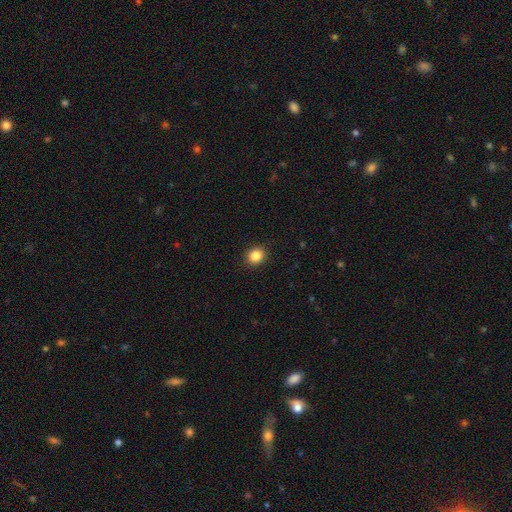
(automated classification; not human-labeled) Smooth or featured?
  - smooth: 86% *
  - star or artifact: 10%
  - featured or disk: 4%
How rounded?
  - round: 76% *
  - in between: 23%
  - cigar-shaped: 1%
Merging?
  - none: 90% *
  - minor disturbance: 7%
  - major disturbance: 2%
  - merger: 1%